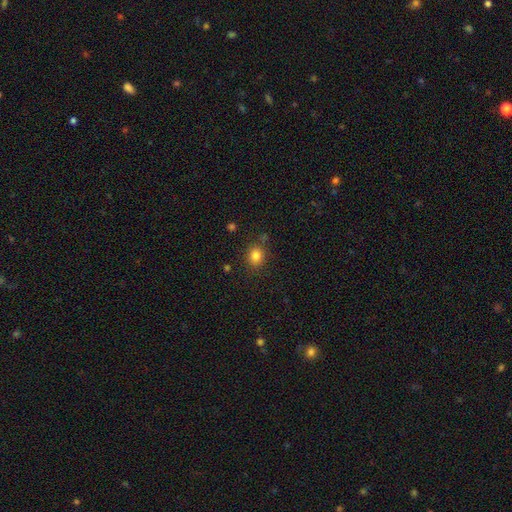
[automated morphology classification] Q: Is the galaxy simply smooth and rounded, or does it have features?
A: smooth — 82%.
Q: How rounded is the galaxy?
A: round — 73%.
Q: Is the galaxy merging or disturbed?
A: none — 82%.